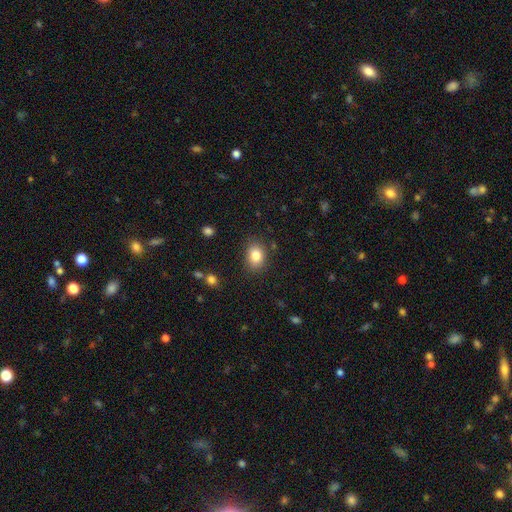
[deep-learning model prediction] A smooth galaxy with no disk features (83%) that is in between round and cigar-shaped (63%).

Vote fractions:
- Smooth or featured? smooth: 83% / star or artifact: 10% / featured or disk: 8%
- How rounded? in between: 63% / round: 36% / cigar-shaped: 1%
- Merging? none: 82% / minor disturbance: 13% / major disturbance: 3% / merger: 2%